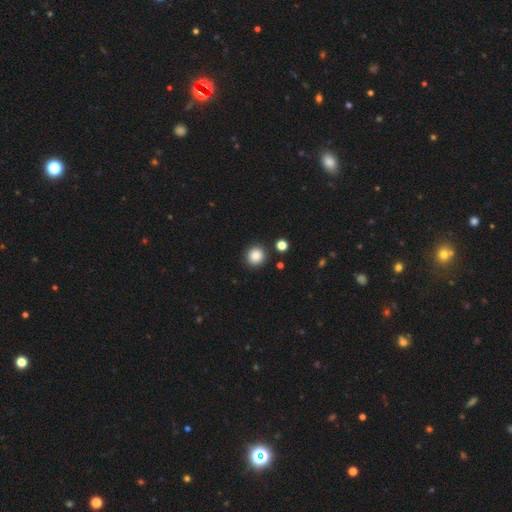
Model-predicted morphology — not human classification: This is clearly a smooth galaxy (87%). How rounded: clearly round (92%). Merging: clearly none (89%).